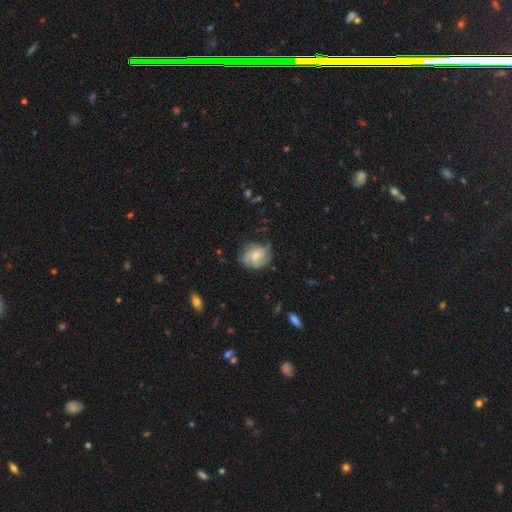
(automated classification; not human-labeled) The model was most divided on "bulge size": moderate: 52%, small: 42%, large: 3%, none: 3%, dominant: 1%. More confident: edge-on disk — no (97%); spiral arms — yes (79%); bar — no (62%); merging — none (60%); smooth or featured — featured or disk (52%).